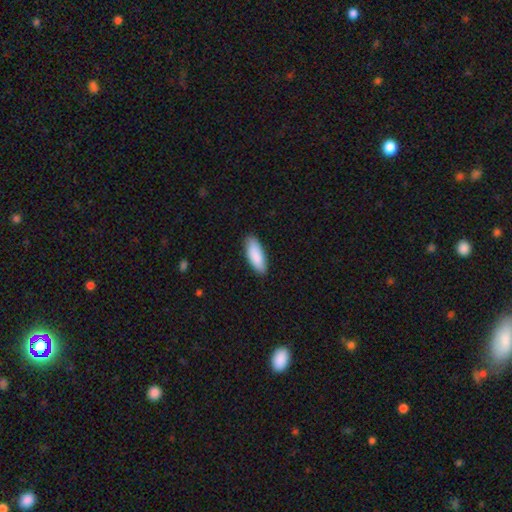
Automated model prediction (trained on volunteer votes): Smooth or featured: smooth — 89% (featured or disk — 6%)
How rounded: in between — 72% (cigar-shaped — 26%)
Merging: none — 86% (minor disturbance — 11%)